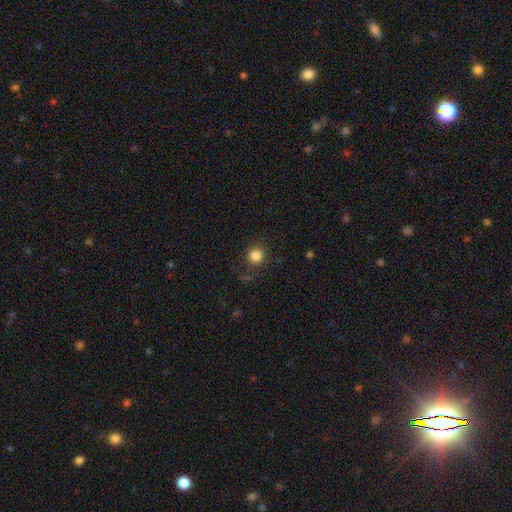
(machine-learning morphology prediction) smooth_or_featured: smooth (p=0.84) [alt: star or artifact p=0.11]
how_rounded: round (p=0.91) [alt: in between p=0.08]
merging: none (p=0.85) [alt: minor disturbance p=0.09]